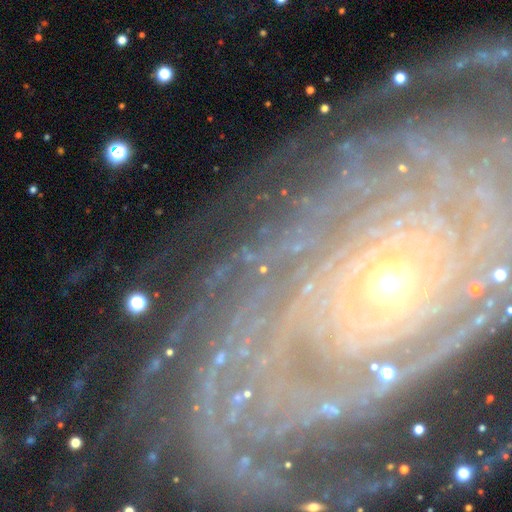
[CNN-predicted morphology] The model was most divided on "spiral arm count": more than 4: 26%, can't tell: 25%, 4: 14%, 3: 13%, 2: 11%, 1: 10%. More confident: spiral arms — yes (95%); edge-on disk — no (94%); spiral winding — tight (85%); smooth or featured — featured or disk (79%); merging — none (77%); bar — no (60%); bulge size — small (55%).